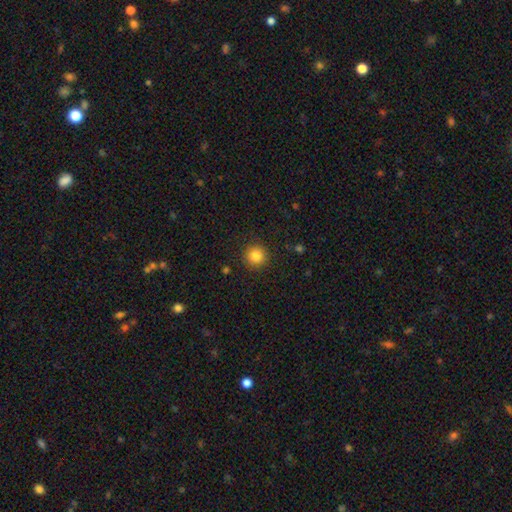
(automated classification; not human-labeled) Q: Smooth or featured?
A: smooth (83%); runner-up: star or artifact (11%)
Q: How rounded?
A: round (94%); runner-up: in between (5%)
Q: Merging?
A: none (91%); runner-up: minor disturbance (6%)